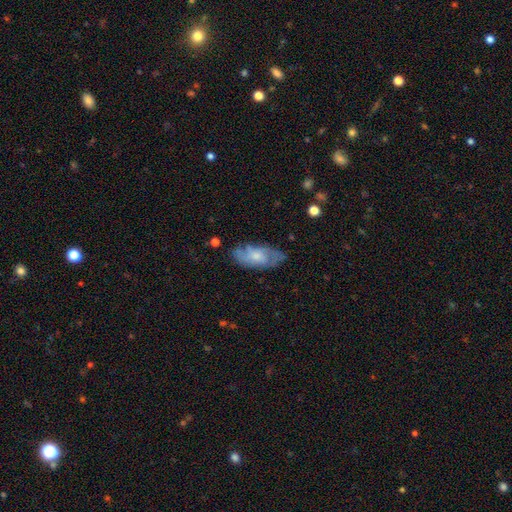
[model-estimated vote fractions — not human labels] smooth-or-featured: featured or disk: 49% | smooth: 45% | star or artifact: 7%
  merging: none: 67% | minor disturbance: 23% | major disturbance: 8% | merger: 2%